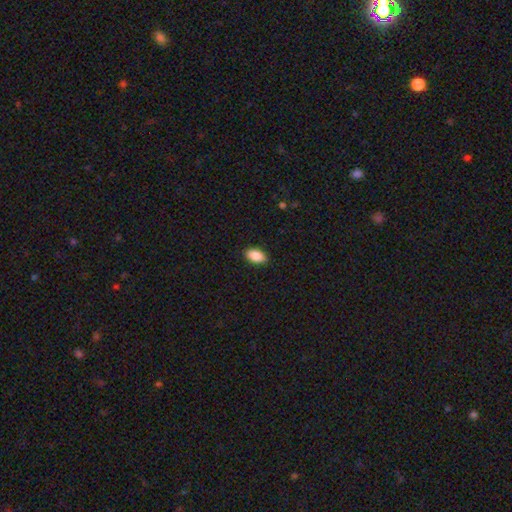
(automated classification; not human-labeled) smooth-or-featured: smooth: 88% | star or artifact: 7% | featured or disk: 4%
  how-rounded: in between: 92% | round: 5% | cigar-shaped: 2%
  merging: none: 86% | minor disturbance: 11% | major disturbance: 2% | merger: 1%